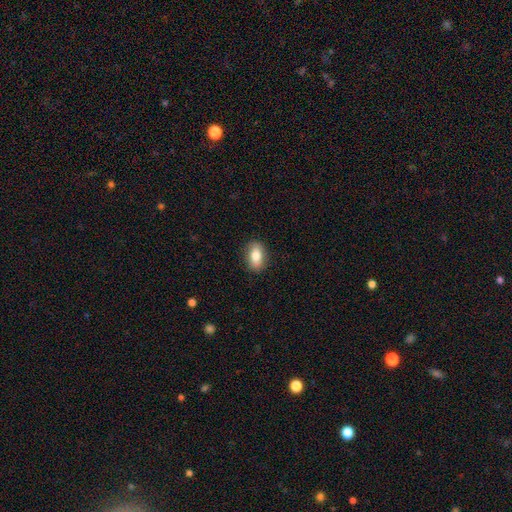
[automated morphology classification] Smooth or featured? Predicted: smooth (p=0.80). How rounded? Predicted: in between (p=0.86). Merging? Predicted: none (p=0.87).